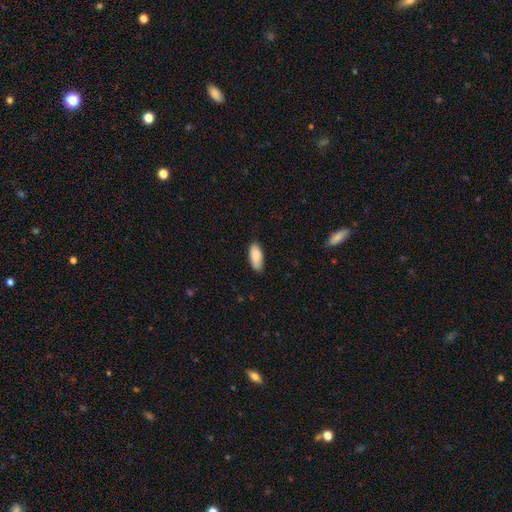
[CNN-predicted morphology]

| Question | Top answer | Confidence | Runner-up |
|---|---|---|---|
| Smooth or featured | smooth | 88% | star or artifact (6%) |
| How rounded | in between | 85% | cigar-shaped (13%) |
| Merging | none | 82% | minor disturbance (14%) |